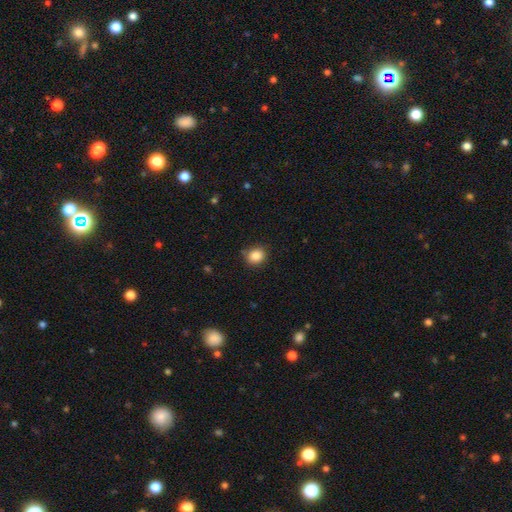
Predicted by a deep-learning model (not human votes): Morphology: type=smooth (86%); roundness=round (77%); merging=none (82%).